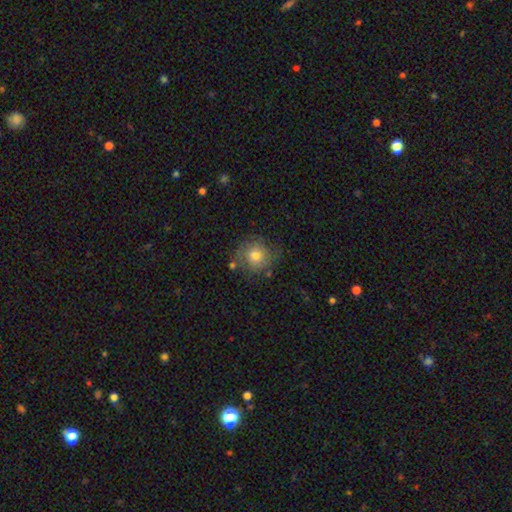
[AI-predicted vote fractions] smooth_or_featured: smooth (p=0.63) [alt: featured or disk p=0.28]
how_rounded: round (p=0.84) [alt: in between p=0.15]
merging: none (p=0.65) [alt: minor disturbance p=0.21]